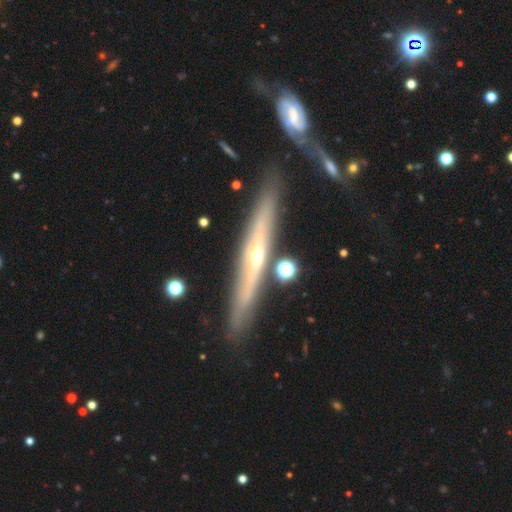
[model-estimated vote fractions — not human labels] featured or disk 76%, smooth 18%, star or artifact 6%. Down the decision tree: edge-on disk — yes (89%); edge-on bulge — rounded (76%); merging — none (79%).